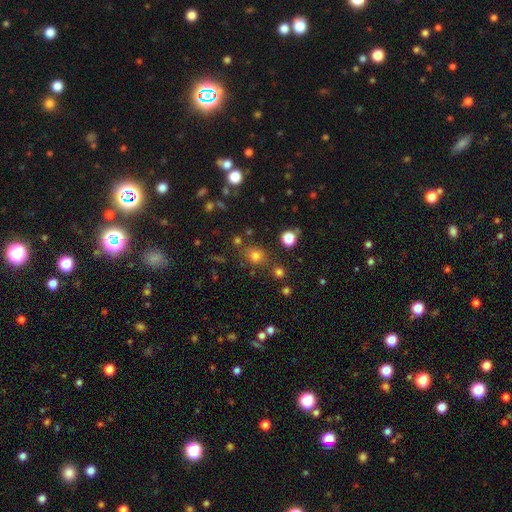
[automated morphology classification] Smooth or featured: smooth — 75% (star or artifact — 18%)
How rounded: round — 67% (in between — 32%)
Merging: none — 73% (minor disturbance — 13%)